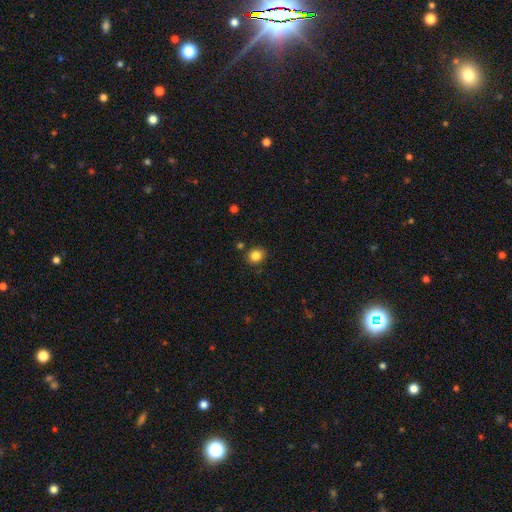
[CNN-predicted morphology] Smooth or featured? smooth (84%)
How rounded? round (76%)
Merging? none (85%)